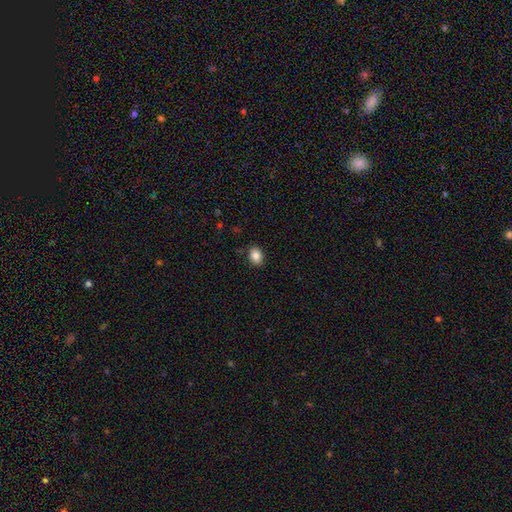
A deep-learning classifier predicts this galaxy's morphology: Smooth or featured: smooth — 85% (star or artifact — 9%)
How rounded: in between — 71% (round — 28%)
Merging: none — 87% (minor disturbance — 10%)